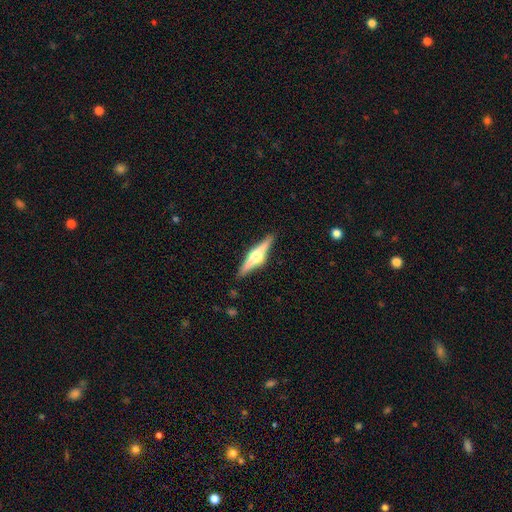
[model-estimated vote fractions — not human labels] The model was most divided on "smooth or featured": featured or disk: 73%, smooth: 21%, star or artifact: 6%. More confident: edge-on disk — yes (98%); edge-on bulge — rounded (93%); merging — none (88%).